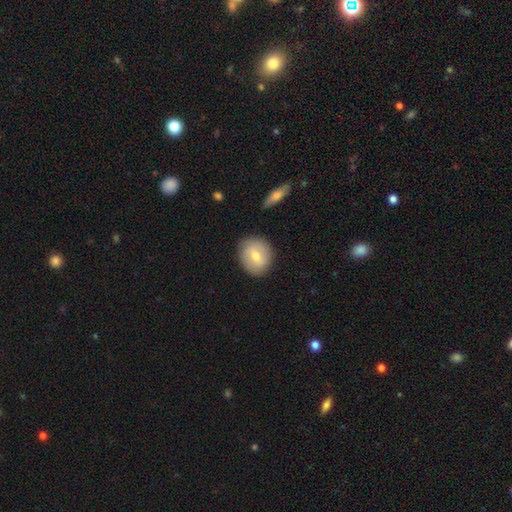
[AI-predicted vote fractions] smooth-or-featured: smooth: 60% | featured or disk: 33% | star or artifact: 7%
  how-rounded: round: 75% | in between: 24% | cigar-shaped: 1%
  merging: none: 83% | minor disturbance: 12% | major disturbance: 3% | merger: 2%